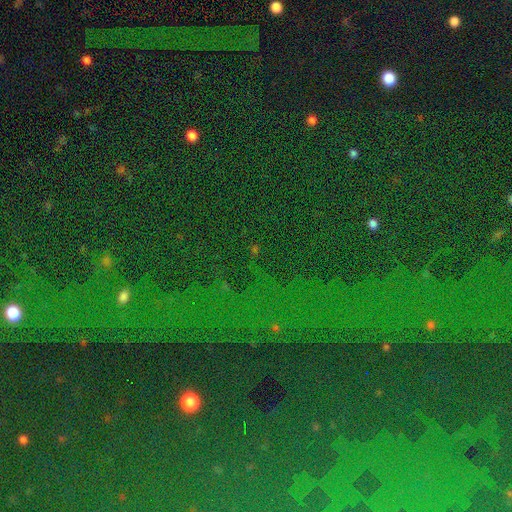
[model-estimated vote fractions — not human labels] Smooth or featured? star or artifact (85%)